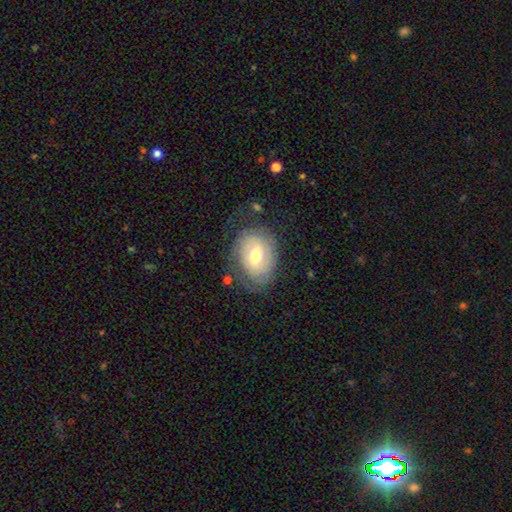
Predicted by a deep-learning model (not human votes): Smooth or featured? Predicted: featured or disk (p=0.54). Edge-on disk? Predicted: no (p=0.95). Bar? Predicted: weak (p=0.46). Spiral arms? Predicted: yes (p=0.66). Bulge size? Predicted: moderate (p=0.70). Merging? Predicted: none (p=0.65).